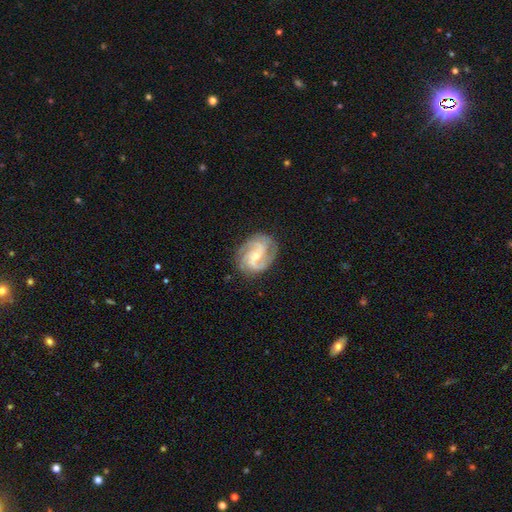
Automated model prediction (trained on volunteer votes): smooth-or-featured: featured or disk: 87% | smooth: 8% | star or artifact: 5%
  disk-edge-on: no: 98% | yes: 2%
    bar: no: 46% | weak: 43% | strong: 12%
    has-spiral-arms: yes: 97% | no: 3%
      spiral-winding: medium: 50% | tight: 34% | loose: 15%
      spiral-arm-count: 3: 37% | 2: 34% | can't tell: 11% | 4: 8% | 1: 4% | more than 4: 4%
    bulge-size: small: 63% | moderate: 33% | none: 2% | large: 1% | dominant: 1%
  merging: none: 77% | minor disturbance: 16% | major disturbance: 6% | merger: 1%